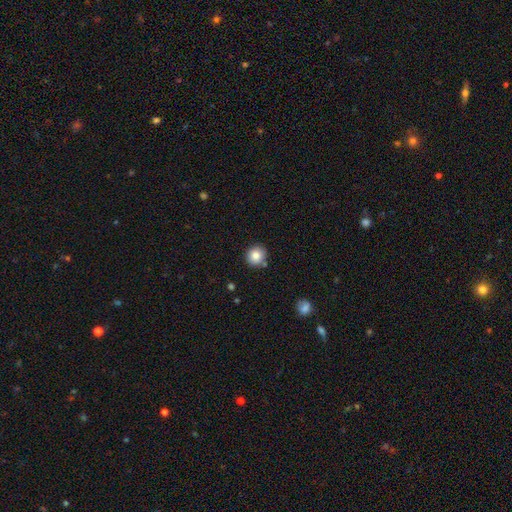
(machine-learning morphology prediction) A smooth galaxy with no disk features (84%) that is round (91%).

Vote fractions:
- Smooth or featured? smooth: 84% / star or artifact: 10% / featured or disk: 6%
- How rounded? round: 91% / in between: 8% / cigar-shaped: 1%
- Merging? none: 84% / minor disturbance: 9% / merger: 5% / major disturbance: 2%